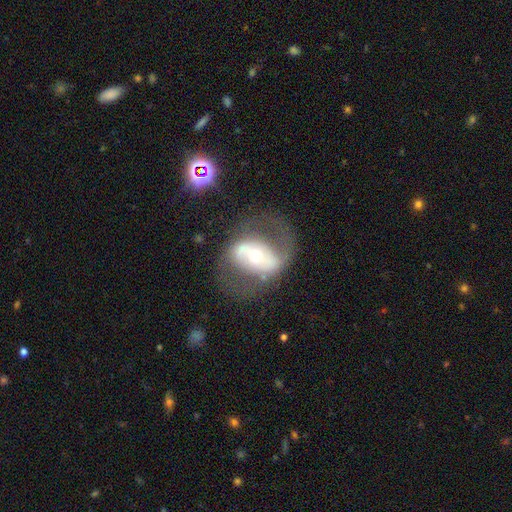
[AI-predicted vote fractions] Smooth or featured? Predicted: featured or disk (p=0.75). Edge-on disk? Predicted: no (p=0.95). Bar? Predicted: strong (p=0.39). Spiral arms? Predicted: yes (p=0.69). Bulge size? Predicted: moderate (p=0.54). Merging? Predicted: none (p=0.59).